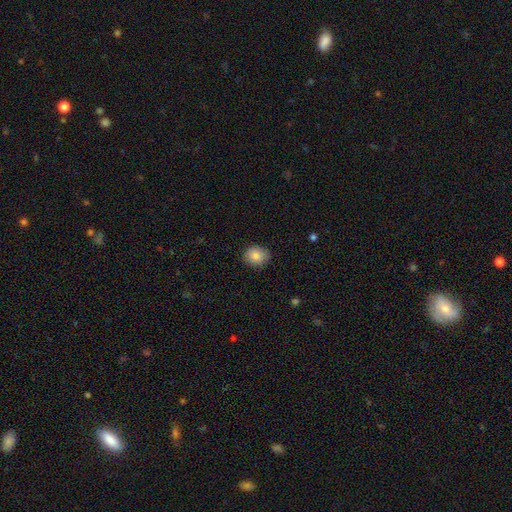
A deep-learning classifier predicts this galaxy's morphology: A smooth galaxy with no disk features (85%) that is round (69%). Merging: none (82%).